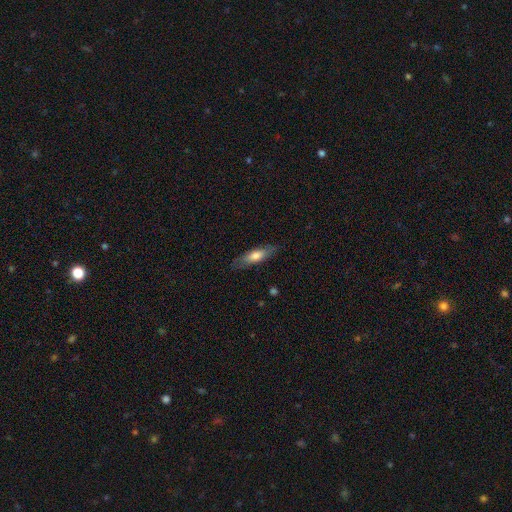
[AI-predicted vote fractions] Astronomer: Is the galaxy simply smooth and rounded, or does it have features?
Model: smooth — 66%.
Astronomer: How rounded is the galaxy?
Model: cigar-shaped — 50% (runner-up: in between, 48%).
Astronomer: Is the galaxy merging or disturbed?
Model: none — 81%.